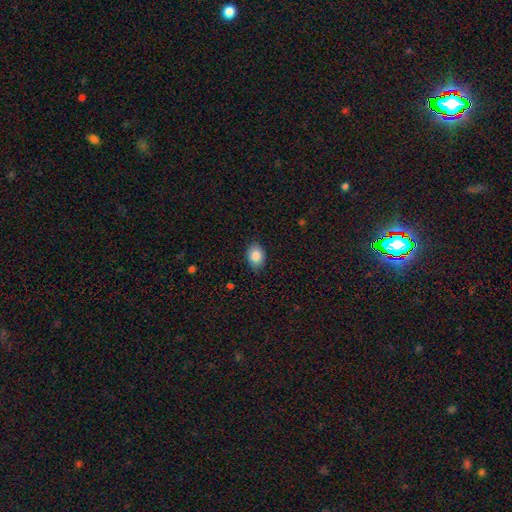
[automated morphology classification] Smooth or featured? Predicted: smooth (p=0.86). How rounded? Predicted: in between (p=0.72). Merging? Predicted: none (p=0.85).